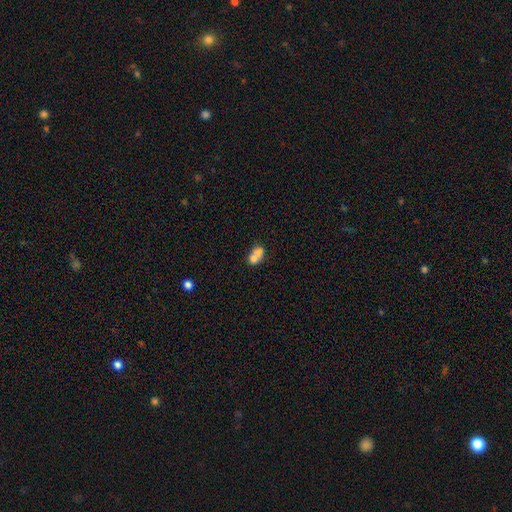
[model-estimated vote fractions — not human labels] Morphology: type=smooth (69%); roundness=in between (58%); merging=merger (56%).